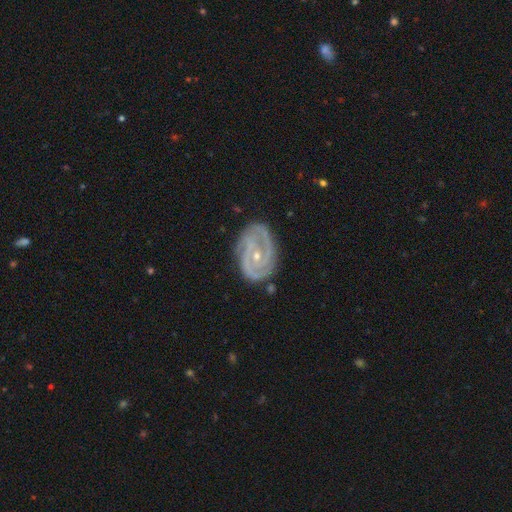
Overall: featured or disk (92%). Edge-on disk: no (97%). Bar: no (54%; weak 26%). Spiral arms: yes (100%). Spiral arm count: 2 (66%). Spiral winding: tight (71%). Bulge size: small (77%). Merging: none (68%).